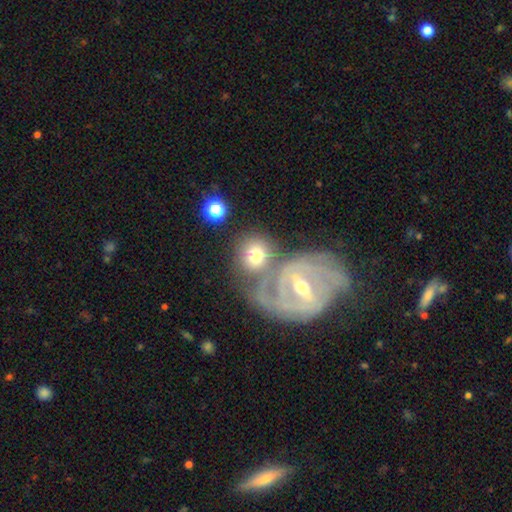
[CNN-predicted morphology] smooth 52%, featured or disk 40%, star or artifact 8%. Down the decision tree: how rounded — round (72%); merging — none (40%, tied with merger).